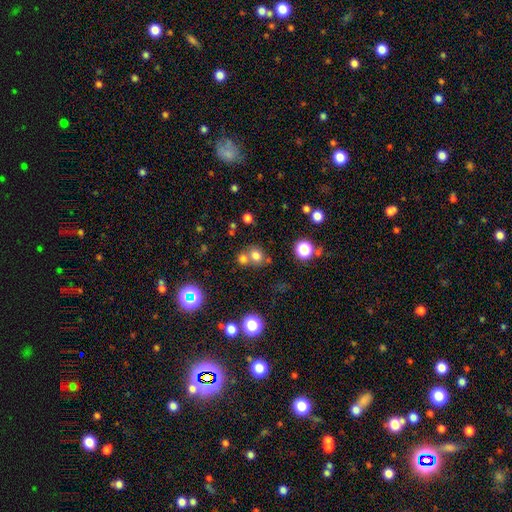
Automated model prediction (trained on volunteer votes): This appears to be a smooth galaxy with no disk features (72%) that is round (72%). Merging: none (50%).